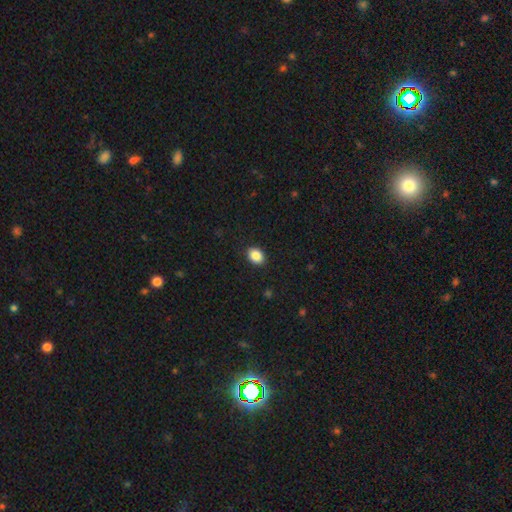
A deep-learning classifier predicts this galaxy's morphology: This is clearly a smooth galaxy (88%). How rounded: likely in between (65%). Merging: clearly none (90%).